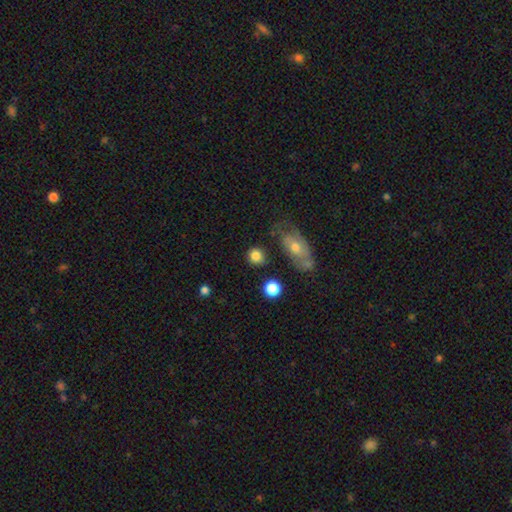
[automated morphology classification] This appears to be a smooth galaxy with no disk features (83%) that is round (83%). Merging: none (77%).